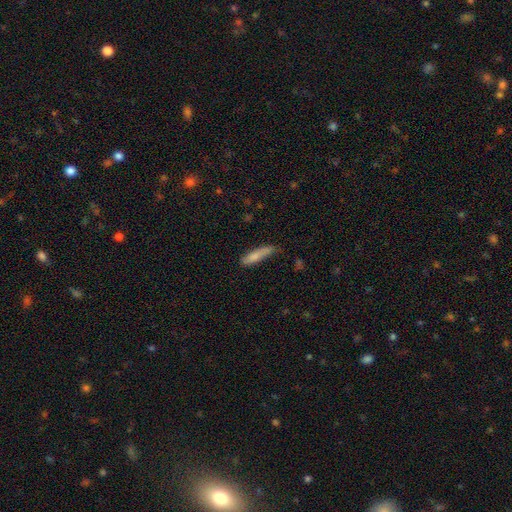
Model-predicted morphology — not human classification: The model was most divided on "merging": none: 60%, minor disturbance: 31%, major disturbance: 6%, merger: 3%. More confident: smooth or featured — smooth (79%); how rounded — cigar-shaped (78%).